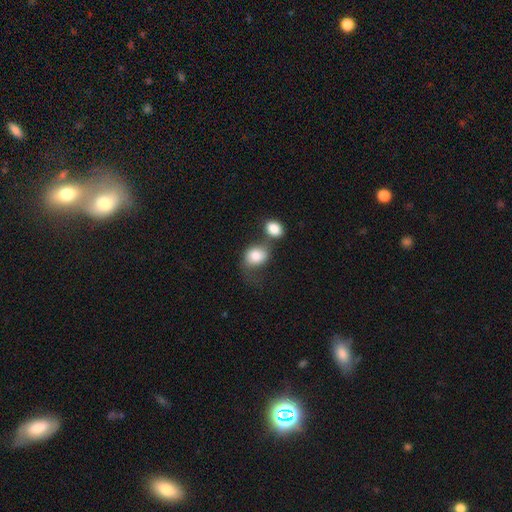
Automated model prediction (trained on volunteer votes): A smooth galaxy with no disk features (79%) that is in between round and cigar-shaped (55%). Merging: merger (38%).